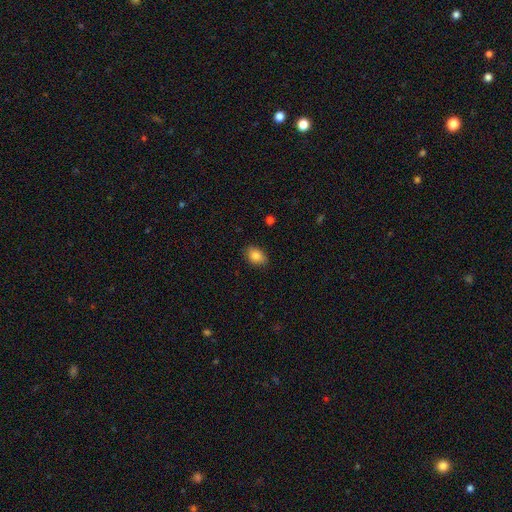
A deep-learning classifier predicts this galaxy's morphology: The model was most divided on "how rounded": in between: 82%, round: 16%, cigar-shaped: 1%. More confident: merging — none (85%); smooth or featured — smooth (84%).